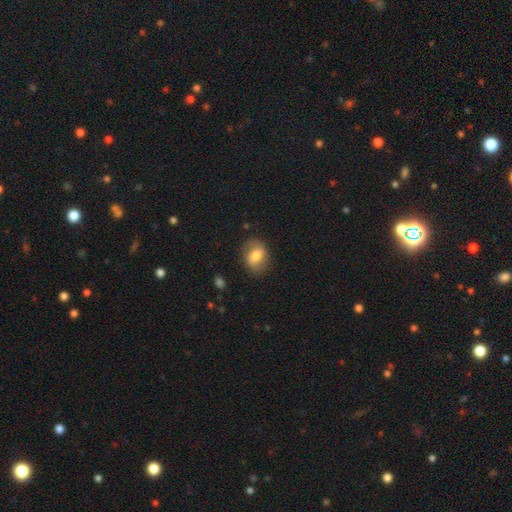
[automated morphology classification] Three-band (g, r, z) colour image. It shows a smooth galaxy with no disk features (64%) that is in between round and cigar-shaped (62%). Merging: none (77%).